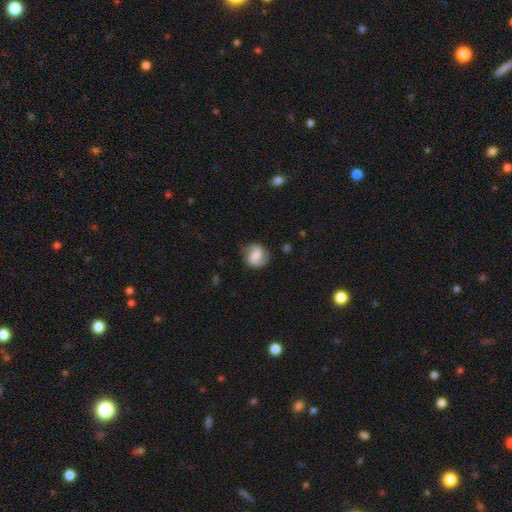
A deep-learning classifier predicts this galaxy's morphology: featured or disk 59%, smooth 34%, star or artifact 7%. Down the decision tree: edge-on disk — no (97%); bar — weak (46%); spiral arms — yes (91%); spiral arm count — 2 (88%); spiral winding — medium (44%); bulge size — moderate (42%); merging — none (78%).